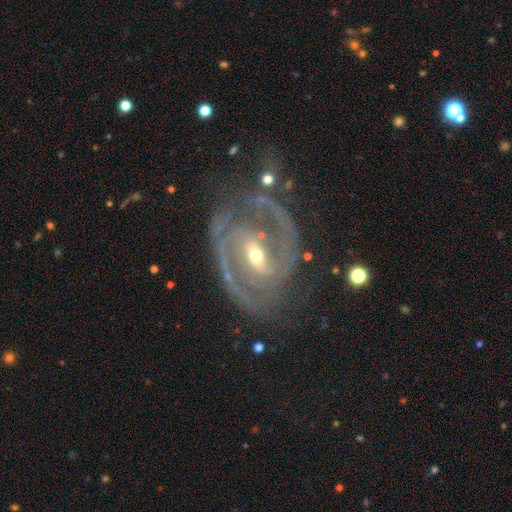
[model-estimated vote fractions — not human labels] Q: Smooth or featured?
A: featured or disk (91%); runner-up: star or artifact (5%)
Q: Edge-on disk?
A: no (97%); runner-up: yes (3%)
Q: Bar?
A: weak (45%); runner-up: strong (34%)
Q: Spiral arms?
A: yes (97%); runner-up: no (3%)
Q: Spiral winding?
A: medium (48%); runner-up: tight (42%)
Q: Spiral arm count?
A: 2 (80%); runner-up: 3 (6%)
Q: Bulge size?
A: small (52%); runner-up: moderate (44%)
Q: Merging?
A: none (64%); runner-up: minor disturbance (20%)